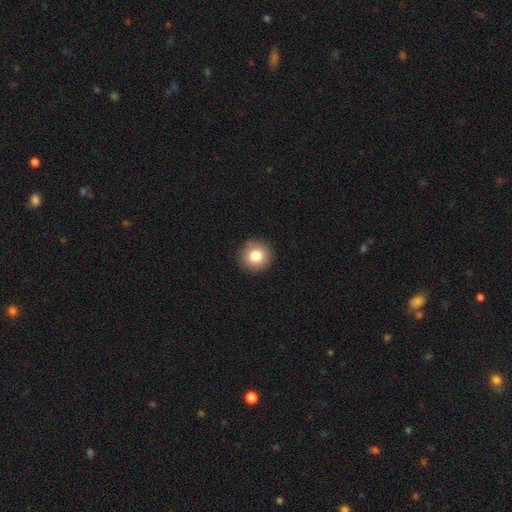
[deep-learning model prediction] This is clearly a smooth galaxy (81%). How rounded: clearly round (93%). Merging: clearly none (91%).